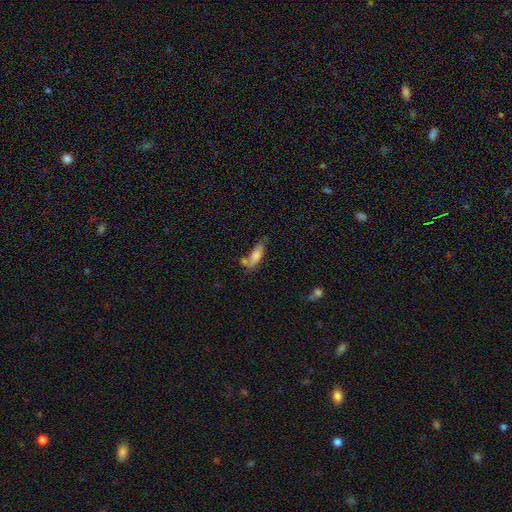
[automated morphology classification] Smooth or featured? smooth (67%)
How rounded? in between (56%)
Merging? none (41%)